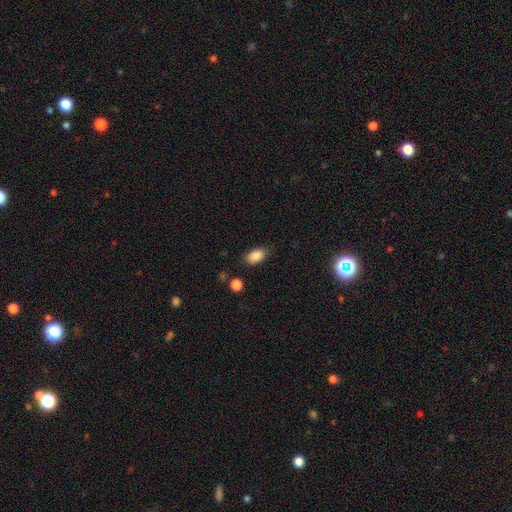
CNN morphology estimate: Smooth or featured? Predicted: smooth (p=0.87). How rounded? Predicted: in between (p=0.90). Merging? Predicted: none (p=0.82).